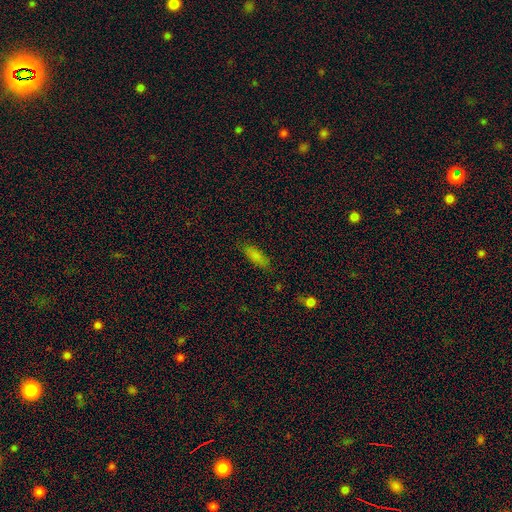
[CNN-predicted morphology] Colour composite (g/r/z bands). It shows a smooth galaxy with no disk features (81%) that is in between round and cigar-shaped (64%). Merging: none (82%).